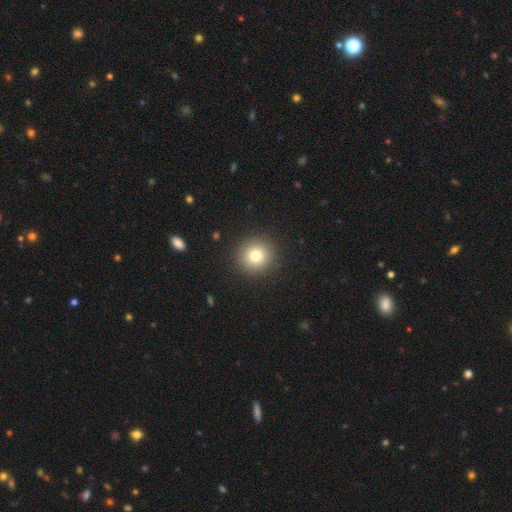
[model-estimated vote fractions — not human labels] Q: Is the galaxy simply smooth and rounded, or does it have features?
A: smooth — 79%.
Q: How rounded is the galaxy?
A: round — 94%.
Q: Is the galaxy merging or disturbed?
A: none — 91%.